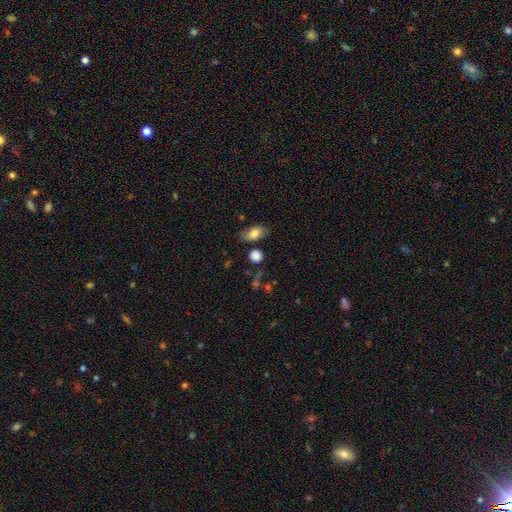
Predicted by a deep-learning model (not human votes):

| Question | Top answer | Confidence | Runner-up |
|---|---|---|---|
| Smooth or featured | smooth | 78% | star or artifact (11%) |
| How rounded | round | 53% | in between (44%) |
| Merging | none | 65% | minor disturbance (18%) |